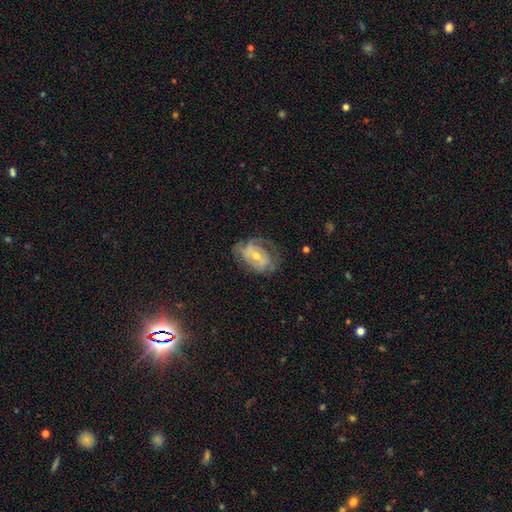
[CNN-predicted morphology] type=featured or disk (73%); edge-on=no (96%); bar=no (47%); spiral arms=yes (81%); winding=tight (47%); arm count=2 (38%); bulge=moderate (55%); merging=none (54%).